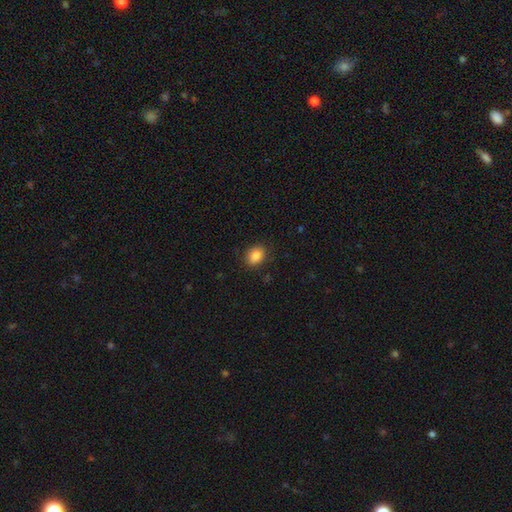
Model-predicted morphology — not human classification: type=smooth (86%); roundness=in between (61%); merging=none (85%).